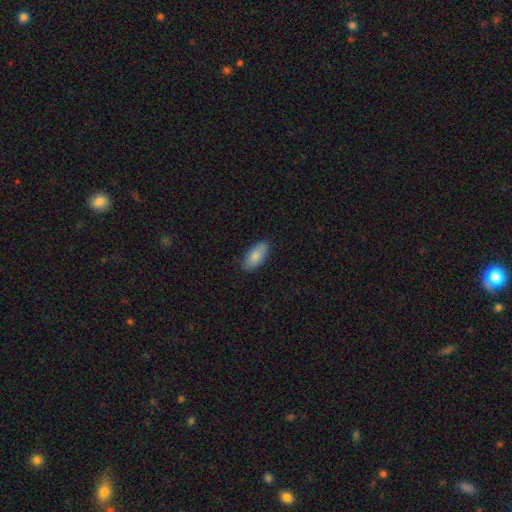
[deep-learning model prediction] The model was most divided on "merging": none: 84%, minor disturbance: 13%, major disturbance: 2%, merger: 1%. More confident: how rounded — in between (87%); smooth or featured — smooth (83%).